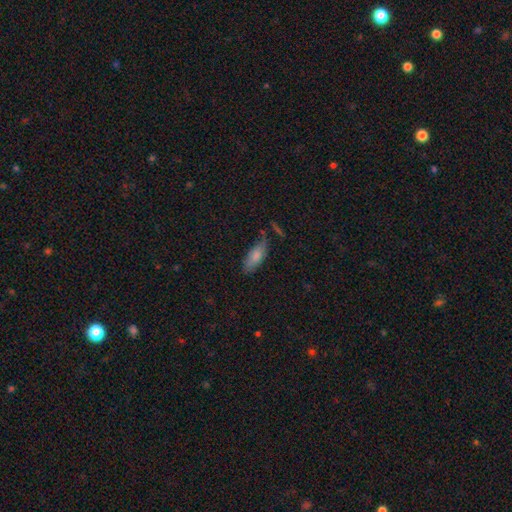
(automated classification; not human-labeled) This appears to be a smooth galaxy with no disk features (79%) that is in between round and cigar-shaped (76%). Merging: none (62%).